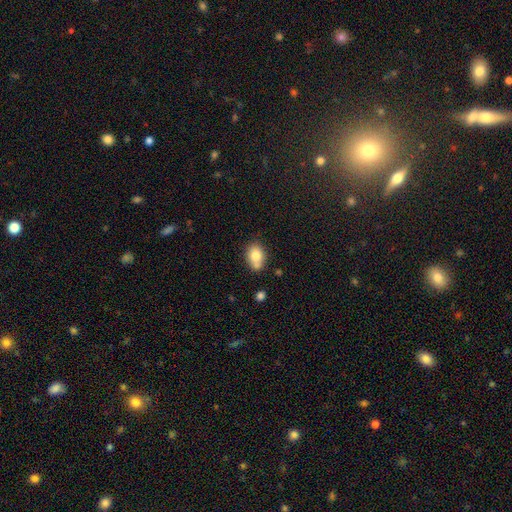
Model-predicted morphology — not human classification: smooth-or-featured: smooth: 79% | featured or disk: 12% | star or artifact: 9%
  how-rounded: in between: 61% | round: 38% | cigar-shaped: 1%
  merging: none: 57% | merger: 21% | minor disturbance: 18% | major disturbance: 4%